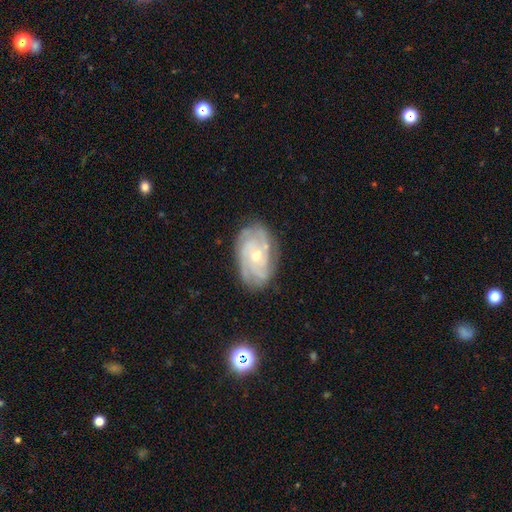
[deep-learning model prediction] A featured or disk galaxy (84%) with no bar (74%), tight (65%) spiral arms (96%) and a small central bulge (57%). Merging: none (78%).